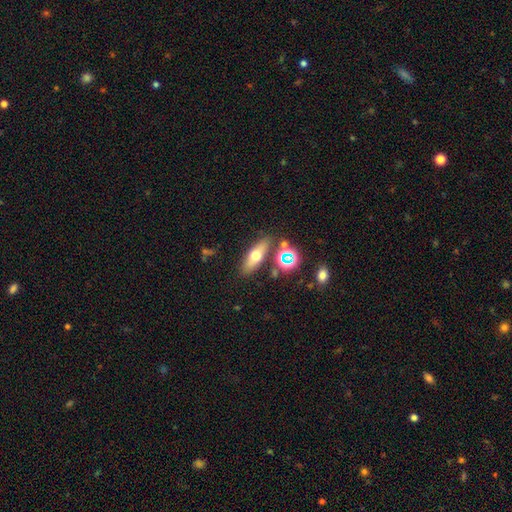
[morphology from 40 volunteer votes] A smooth galaxy with no disk features (62%) that is in between round and cigar-shaped (60%).

Vote fractions:
- Smooth or featured? smooth: 62% / featured or disk: 32% / star or artifact: 5%
- How rounded? in between: 60% / cigar-shaped: 32% / round: 8%
- Merging? none: 82% / minor disturbance: 18% / major disturbance: 0% / merger: 0%